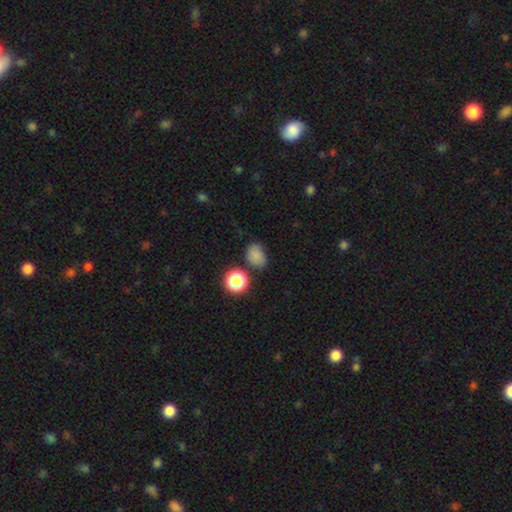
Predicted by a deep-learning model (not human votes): Smooth or featured? Predicted: smooth (p=0.77). How rounded? Predicted: in between (p=0.61). Merging? Predicted: none (p=0.67).